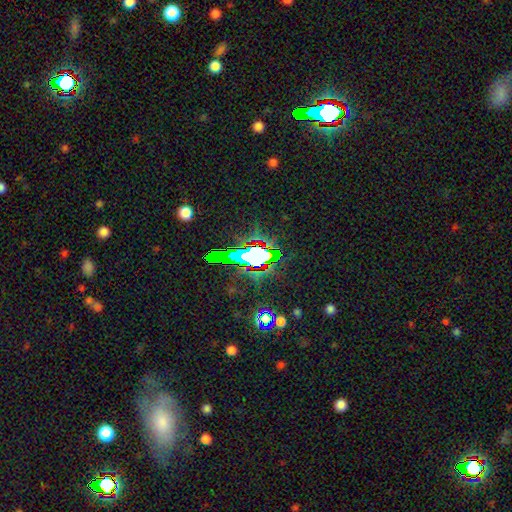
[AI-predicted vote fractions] A star or artifact, not a galaxy (60%).

Vote fractions:
- Smooth or featured? star or artifact: 60% / smooth: 25% / featured or disk: 15%